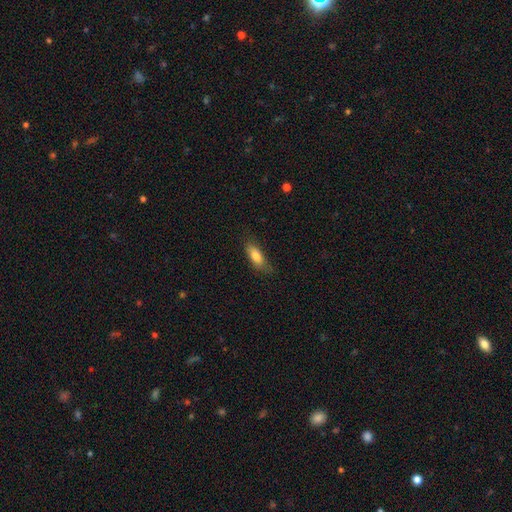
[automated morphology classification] Smooth or featured? Predicted: smooth (p=0.80). How rounded? Predicted: in between (p=0.70). Merging? Predicted: none (p=0.72).